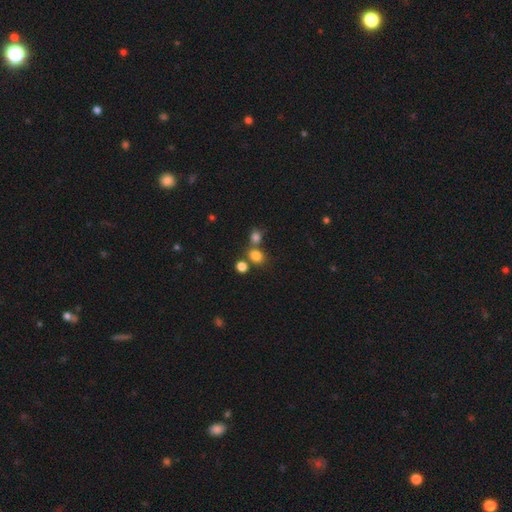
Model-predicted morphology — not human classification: The model was most divided on "how rounded": round: 60%, in between: 39%, cigar-shaped: 1%. More confident: smooth or featured — smooth (78%); merging — none (57%).